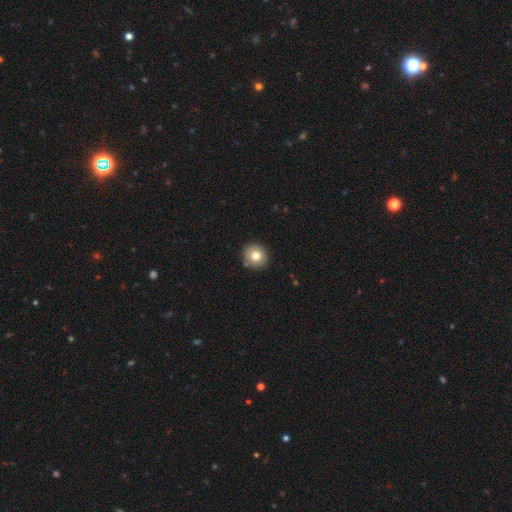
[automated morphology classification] smooth-or-featured: smooth: 77% | featured or disk: 12% | star or artifact: 11%
  how-rounded: round: 89% | in between: 10% | cigar-shaped: 1%
  merging: none: 89% | minor disturbance: 7% | merger: 2% | major disturbance: 2%